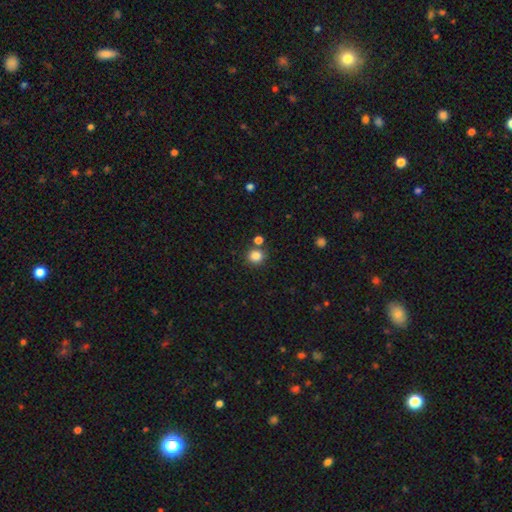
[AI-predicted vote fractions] smooth_or_featured: smooth (p=0.84) [alt: star or artifact p=0.12]
how_rounded: round (p=0.87) [alt: in between p=0.12]
merging: none (p=0.78) [alt: merger p=0.11]